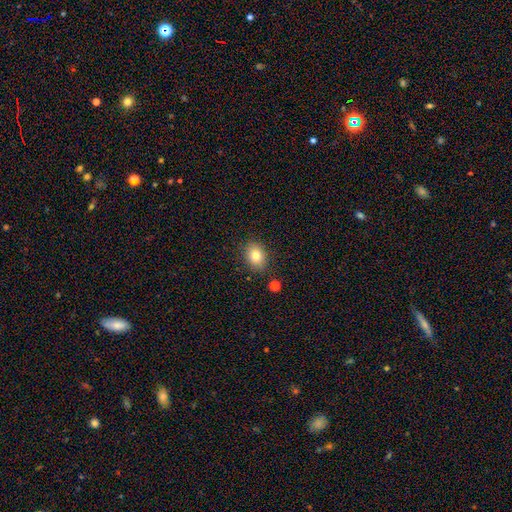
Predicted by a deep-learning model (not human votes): A smooth galaxy with no disk features (80%) that is in between round and cigar-shaped (58%).

Vote fractions:
- Smooth or featured? smooth: 80% / star or artifact: 10% / featured or disk: 10%
- How rounded? in between: 58% / round: 41% / cigar-shaped: 1%
- Merging? none: 85% / minor disturbance: 10% / major disturbance: 3% / merger: 2%